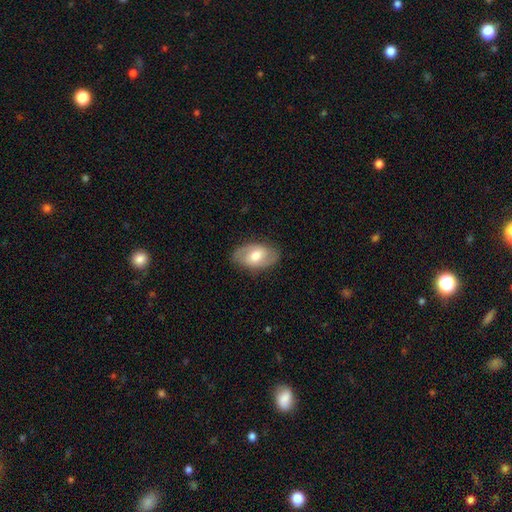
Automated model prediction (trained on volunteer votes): smooth 50%, featured or disk 44%, star or artifact 6%. Down the decision tree: how rounded — in between (91%); merging — none (82%).